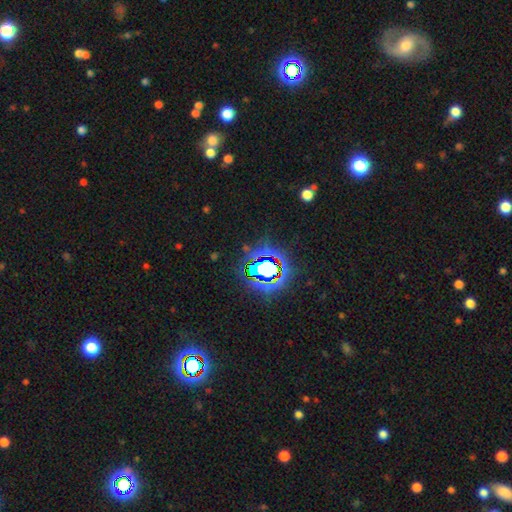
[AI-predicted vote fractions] Overall: star or artifact (82%).